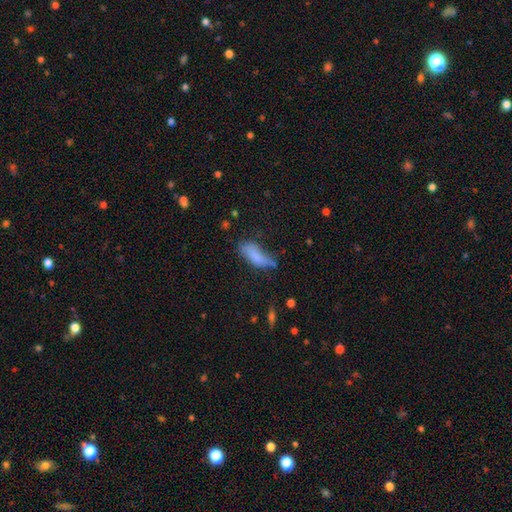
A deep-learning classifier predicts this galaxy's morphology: Smooth or featured: smooth — 76% (featured or disk — 14%)
How rounded: in between — 76% (cigar-shaped — 22%)
Merging: minor disturbance — 37% (none — 36%)